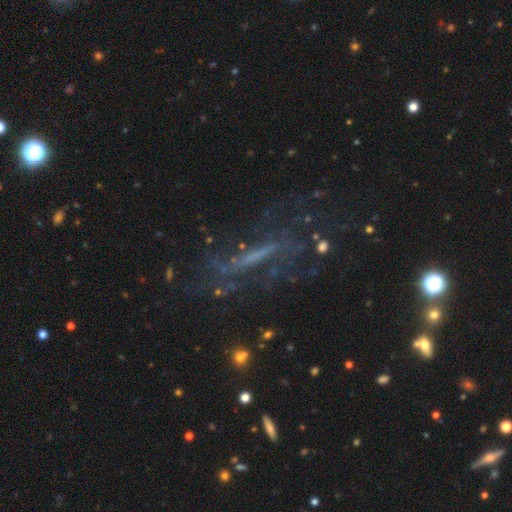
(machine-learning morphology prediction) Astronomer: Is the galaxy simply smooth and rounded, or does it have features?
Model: featured or disk — 60%.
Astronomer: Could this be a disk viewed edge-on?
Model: no — 56% (runner-up: yes, 44%).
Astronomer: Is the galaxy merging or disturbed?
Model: none — 58%.